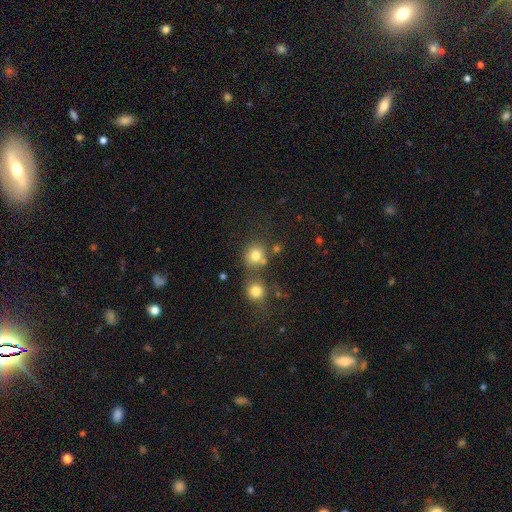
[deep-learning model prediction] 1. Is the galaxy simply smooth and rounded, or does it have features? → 78% smooth, 14% star or artifact, 8% featured or disk.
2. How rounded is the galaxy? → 86% round, 13% in between, 1% cigar-shaped.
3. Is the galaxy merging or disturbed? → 59% none, 27% merger, 10% minor disturbance, 4% major disturbance.